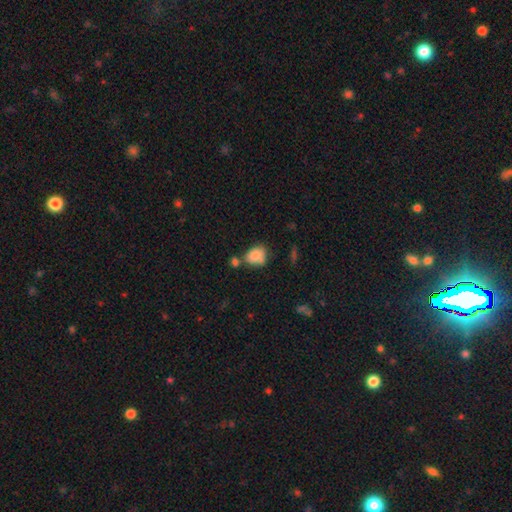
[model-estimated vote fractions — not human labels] The model was most divided on "how rounded": in between: 59%, round: 40%, cigar-shaped: 1%. More confident: smooth or featured — smooth (84%); merging — none (50%).